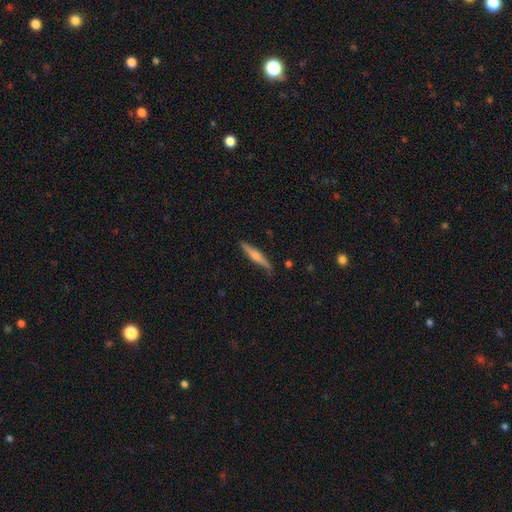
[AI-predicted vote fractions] smooth-or-featured: smooth: 50% | featured or disk: 45% | star or artifact: 6%
  merging: none: 81% | minor disturbance: 15% | major disturbance: 3% | merger: 2%